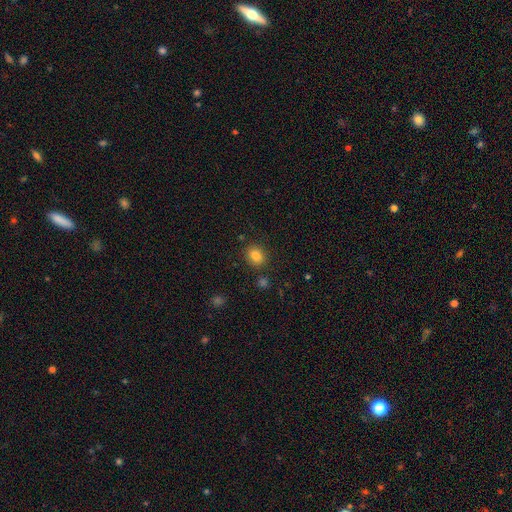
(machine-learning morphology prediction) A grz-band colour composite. It shows a smooth galaxy with no disk features (83%) that is round (59%). Merging: none (85%).